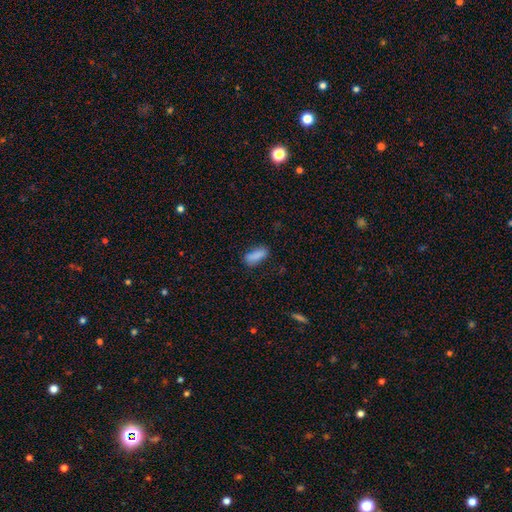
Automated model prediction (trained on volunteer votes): Smooth or featured? Predicted: smooth (p=0.86). How rounded? Predicted: in between (p=0.73). Merging? Predicted: none (p=0.77).